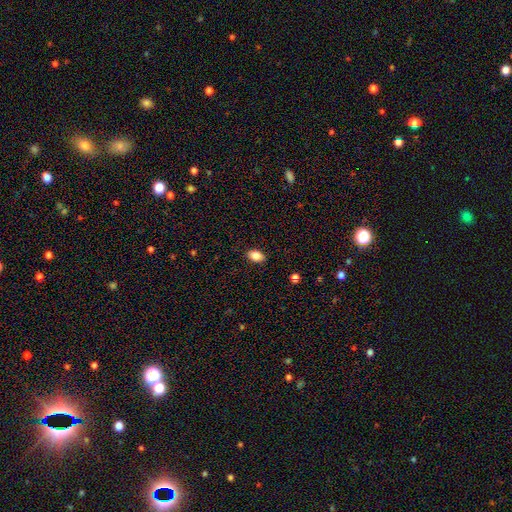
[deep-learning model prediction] A smooth galaxy with no disk features (86%) that is in between round and cigar-shaped (88%).

Vote fractions:
- Smooth or featured? smooth: 86% / star or artifact: 8% / featured or disk: 6%
- How rounded? in between: 88% / round: 10% / cigar-shaped: 2%
- Merging? none: 88% / minor disturbance: 9% / major disturbance: 2% / merger: 1%